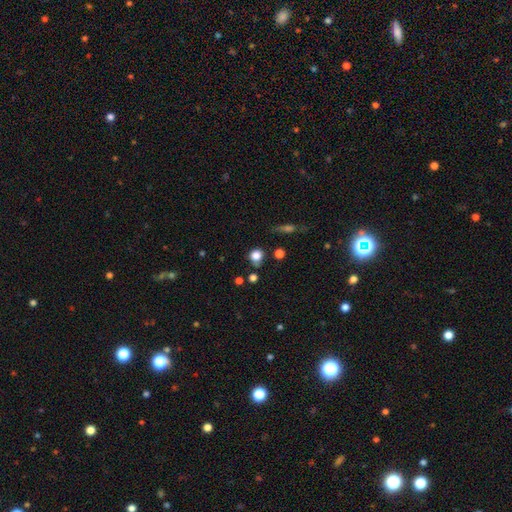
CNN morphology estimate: Smooth or featured? Predicted: smooth (p=0.81). How rounded? Predicted: round (p=0.80). Merging? Predicted: none (p=0.67).